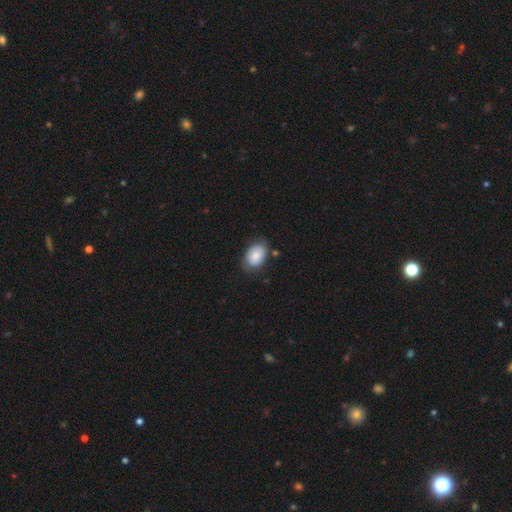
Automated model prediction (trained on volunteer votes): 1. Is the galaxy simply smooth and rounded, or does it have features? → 80% smooth, 13% featured or disk, 7% star or artifact.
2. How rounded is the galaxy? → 83% in between, 16% round, 1% cigar-shaped.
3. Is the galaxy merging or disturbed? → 73% none, 20% minor disturbance, 4% major disturbance, 3% merger.